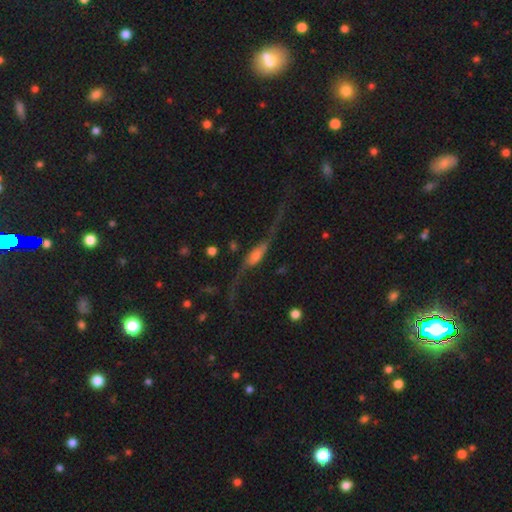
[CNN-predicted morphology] Smooth or featured: featured or disk — 76% (smooth — 16%)
Edge-on disk: no — 58% (yes — 42%)
Merging: none — 49% (major disturbance — 27%)